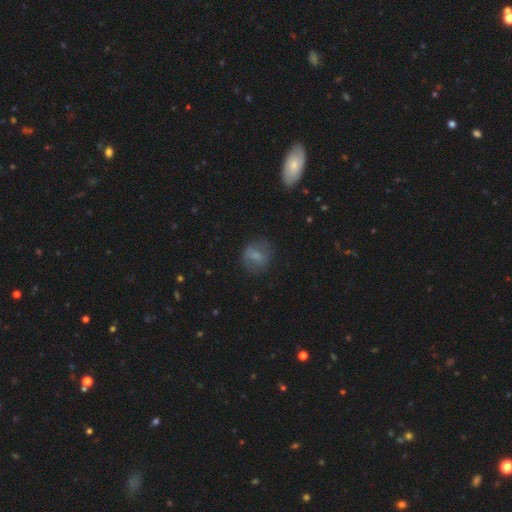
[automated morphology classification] smooth_or_featured: smooth (p=0.68) [alt: featured or disk p=0.22]
how_rounded: round (p=0.64) [alt: in between p=0.35]
merging: none (p=0.70) [alt: minor disturbance p=0.19]